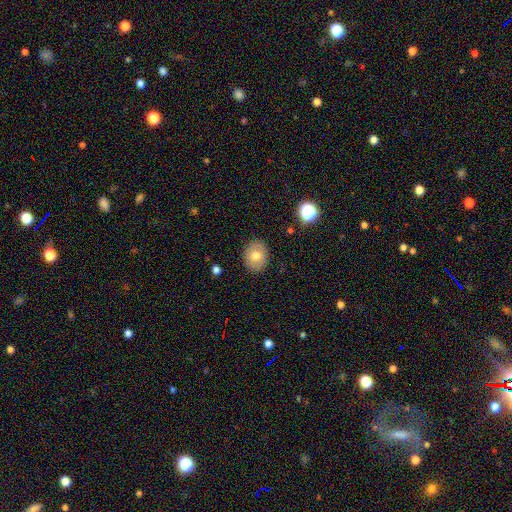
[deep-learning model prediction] smooth_or_featured: smooth (p=0.74) [alt: featured or disk p=0.16]
how_rounded: in between (p=0.51) [alt: round p=0.49]
merging: none (p=0.88) [alt: minor disturbance p=0.09]